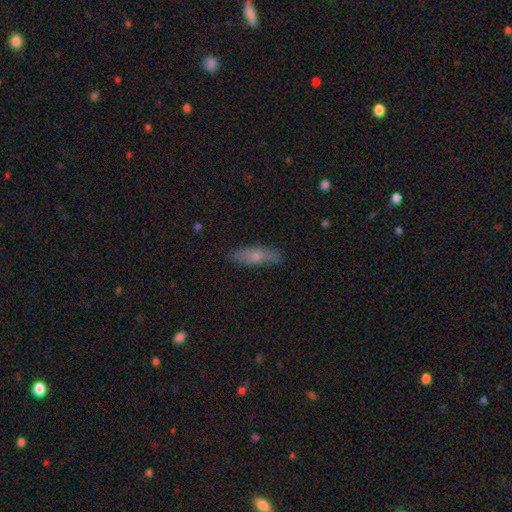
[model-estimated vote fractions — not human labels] A smooth galaxy with no disk features (60%) that is cigar-shaped (64%).

Vote fractions:
- Smooth or featured? smooth: 60% / featured or disk: 32% / star or artifact: 7%
- How rounded? cigar-shaped: 64% / in between: 34% / round: 3%
- Merging? none: 84% / minor disturbance: 13% / major disturbance: 2% / merger: 1%